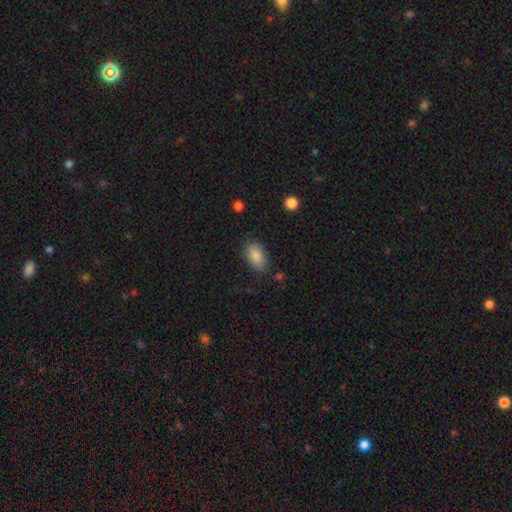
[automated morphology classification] smooth 87%, star or artifact 7%, featured or disk 6%. Down the decision tree: how rounded — in between (92%); merging — none (74%).